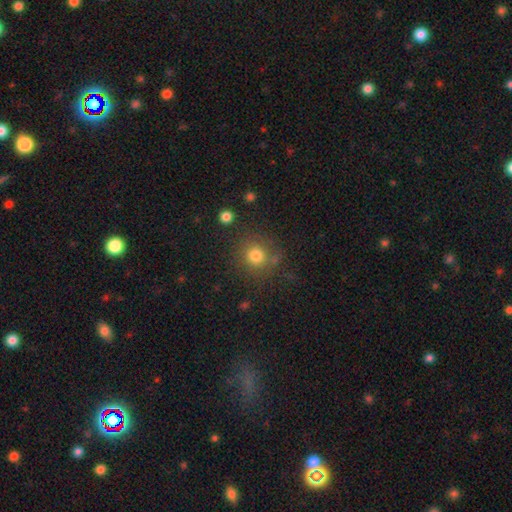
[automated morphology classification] Smooth or featured? smooth (78%)
How rounded? round (91%)
Merging? none (77%)